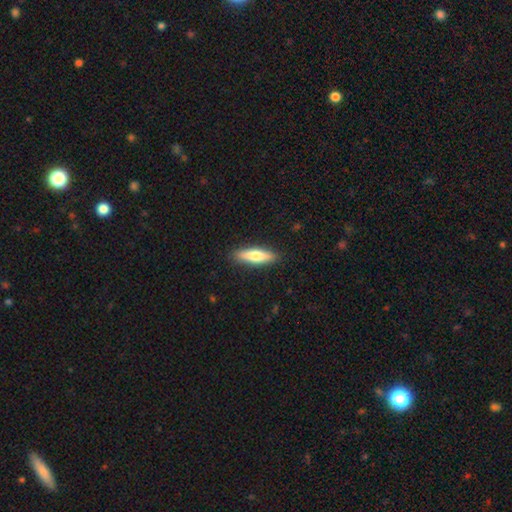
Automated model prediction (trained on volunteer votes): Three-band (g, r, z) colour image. It shows a smooth galaxy with no disk features (68%) that is cigar-shaped (67%). Merging: none (90%).